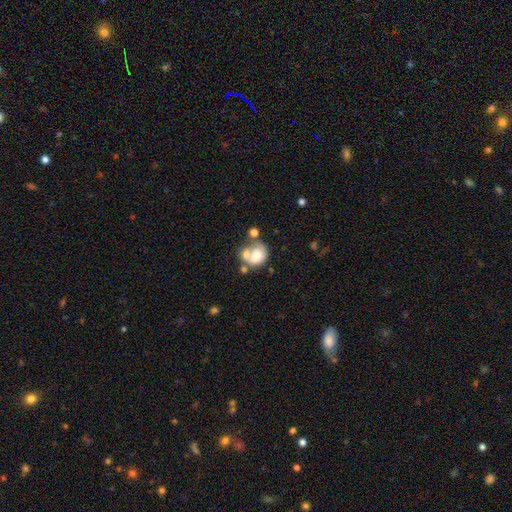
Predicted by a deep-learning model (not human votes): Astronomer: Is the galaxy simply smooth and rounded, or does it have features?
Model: smooth — 61%.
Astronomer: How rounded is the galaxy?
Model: round — 53% (runner-up: in between, 46%).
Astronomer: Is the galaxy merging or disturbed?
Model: merger — 47% (runner-up: none, 24%).